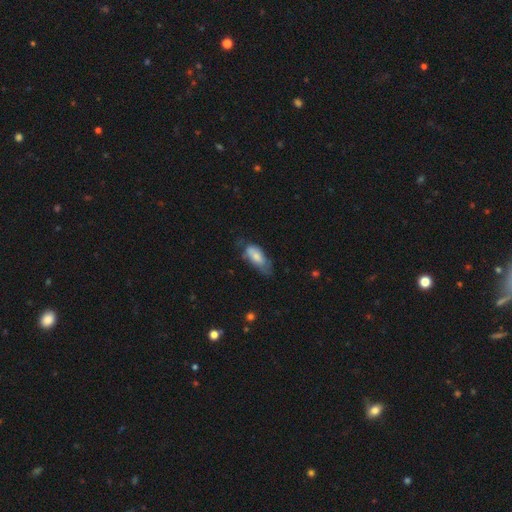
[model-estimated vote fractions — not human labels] Smooth or featured: smooth — 69% (featured or disk — 25%)
How rounded: in between — 83% (cigar-shaped — 14%)
Merging: minor disturbance — 39% (none — 38%)